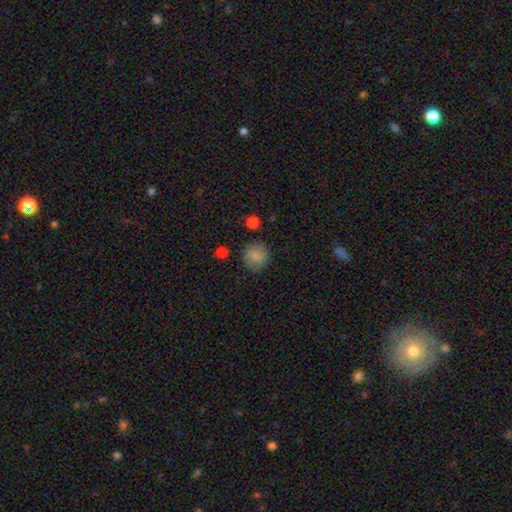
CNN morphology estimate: Smooth or featured?
  - smooth: 84% *
  - star or artifact: 10%
  - featured or disk: 6%
How rounded?
  - round: 89% *
  - in between: 10%
  - cigar-shaped: 1%
Merging?
  - none: 83% *
  - minor disturbance: 12%
  - major disturbance: 4%
  - merger: 2%